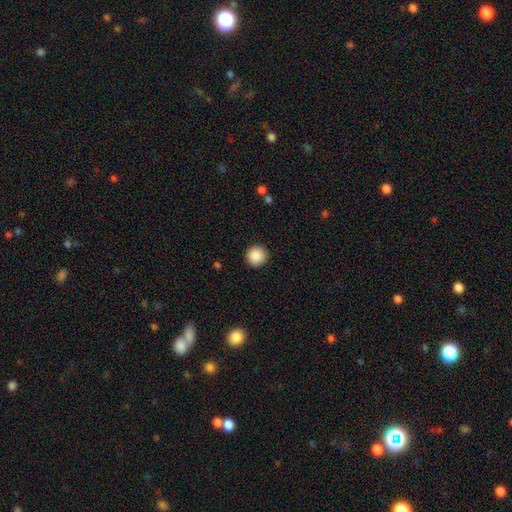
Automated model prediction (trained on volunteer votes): A smooth galaxy with no disk features (88%) that is round (94%). Merging: none (91%).